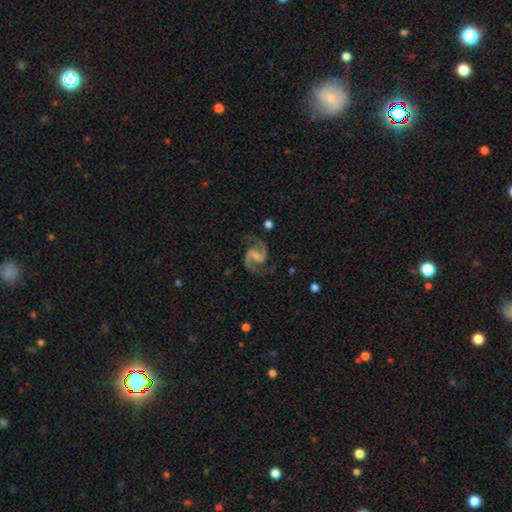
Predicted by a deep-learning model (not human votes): A featured or disk galaxy (93%) with a weak bar (48%), 2 (95%) medium (65%) spiral arms (98%) and no central bulge (39%).

Vote fractions:
- Smooth or featured? featured or disk: 93% / star or artifact: 4% / smooth: 3%
- Edge-on disk? no: 98% / yes: 2%
- Bar? weak: 48% / strong: 29% / no: 23%
- Spiral arms? yes: 98% / no: 2%
- Spiral winding? medium: 65% / loose: 22% / tight: 13%
- Spiral arm count? 2: 95% / can't tell: 1% / 3: 1% / 1: 1% / 4: 1% / more than 4: 1%
- Bulge size? none: 39% / small: 38% / moderate: 19% / large: 3% / dominant: 1%
- Merging? none: 81% / minor disturbance: 12% / major disturbance: 5% / merger: 2%